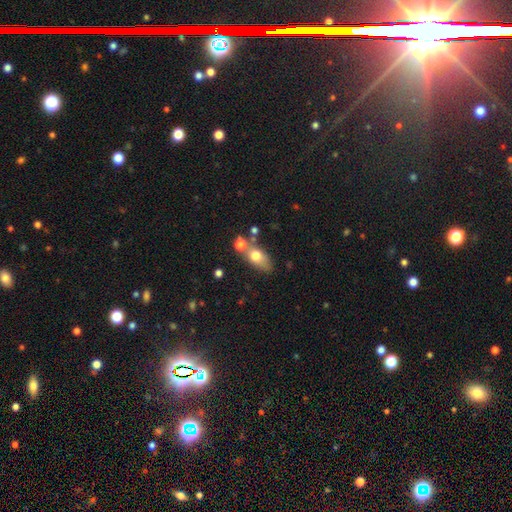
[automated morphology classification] A smooth galaxy with no disk features (70%) that is in between round and cigar-shaped (75%).

Vote fractions:
- Smooth or featured? smooth: 70% / featured or disk: 20% / star or artifact: 9%
- How rounded? in between: 75% / round: 16% / cigar-shaped: 9%
- Merging? none: 48% / merger: 28% / minor disturbance: 16% / major disturbance: 7%